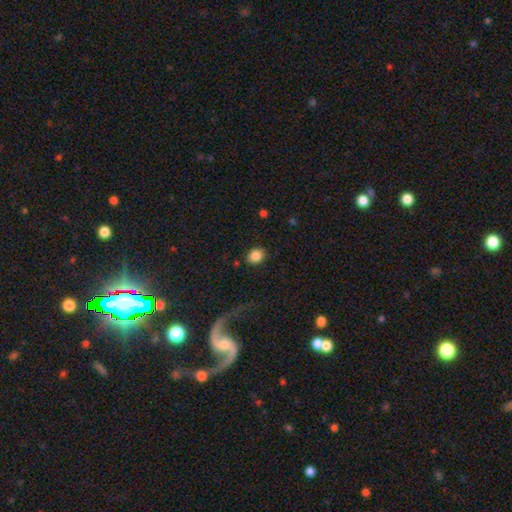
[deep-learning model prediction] Q: Smooth or featured?
A: smooth (85%); runner-up: star or artifact (9%)
Q: How rounded?
A: in between (52%); runner-up: round (47%)
Q: Merging?
A: none (83%); runner-up: minor disturbance (11%)